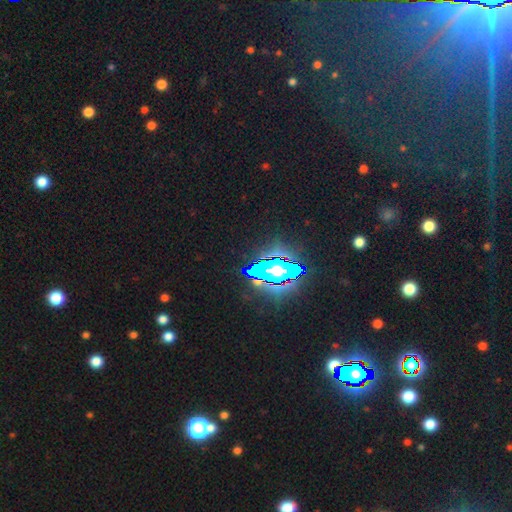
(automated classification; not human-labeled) This is clearly a star or artifact rather than a galaxy (81%).